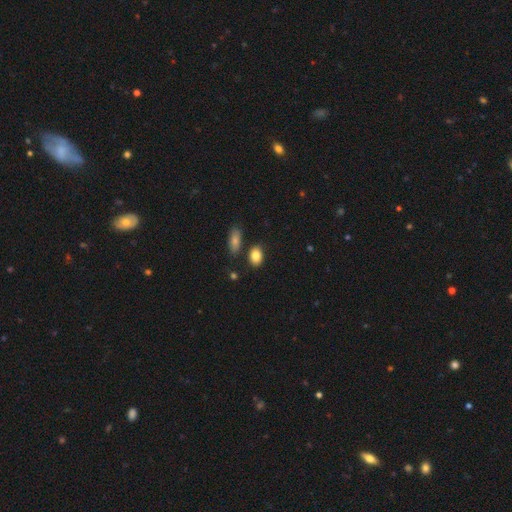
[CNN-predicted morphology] Smooth or featured? Predicted: smooth (p=0.85). How rounded? Predicted: in between (p=0.78). Merging? Predicted: none (p=0.78).